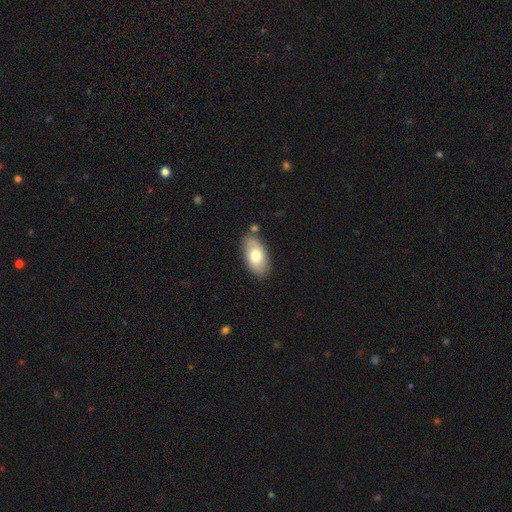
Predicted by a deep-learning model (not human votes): smooth_or_featured: smooth (p=0.73) [alt: featured or disk p=0.21]
how_rounded: in between (p=0.93) [alt: round p=0.04]
merging: none (p=0.78) [alt: minor disturbance p=0.13]